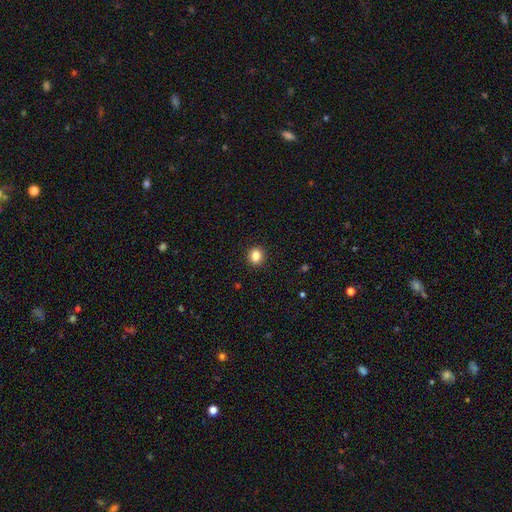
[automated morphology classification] A smooth galaxy with no disk features (85%) that is round (77%). Merging: none (92%).